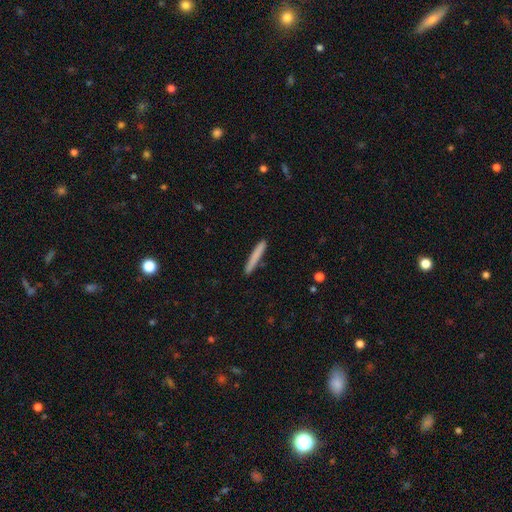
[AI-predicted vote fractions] Smooth or featured? Predicted: smooth (p=0.78). How rounded? Predicted: cigar-shaped (p=0.96). Merging? Predicted: none (p=0.91).